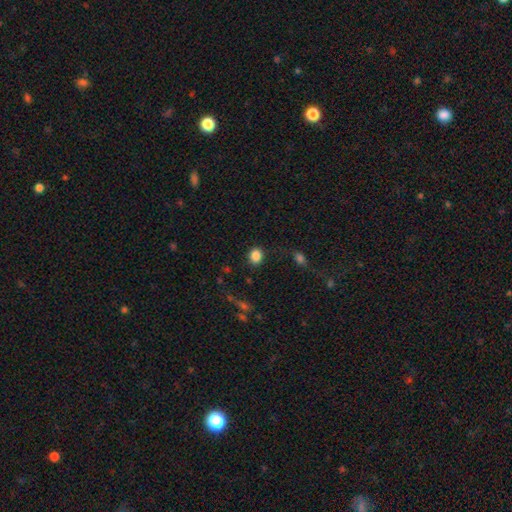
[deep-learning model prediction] Smooth or featured? Predicted: smooth (p=0.86). How rounded? Predicted: round (p=0.63). Merging? Predicted: none (p=0.83).